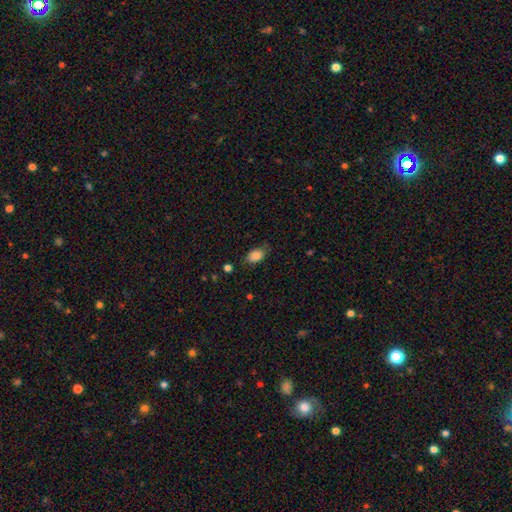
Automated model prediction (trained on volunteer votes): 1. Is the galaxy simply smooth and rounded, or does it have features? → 84% smooth, 9% star or artifact, 7% featured or disk.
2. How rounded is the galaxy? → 86% in between, 12% round, 2% cigar-shaped.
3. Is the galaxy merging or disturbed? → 74% none, 20% minor disturbance, 5% major disturbance, 2% merger.